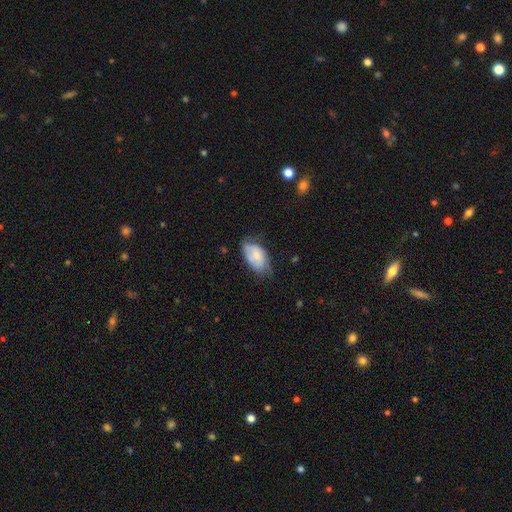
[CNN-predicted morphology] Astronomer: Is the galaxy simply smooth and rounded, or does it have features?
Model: smooth — 68%.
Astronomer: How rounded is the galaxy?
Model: in between — 94%.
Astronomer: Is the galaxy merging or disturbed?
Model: none — 58%.